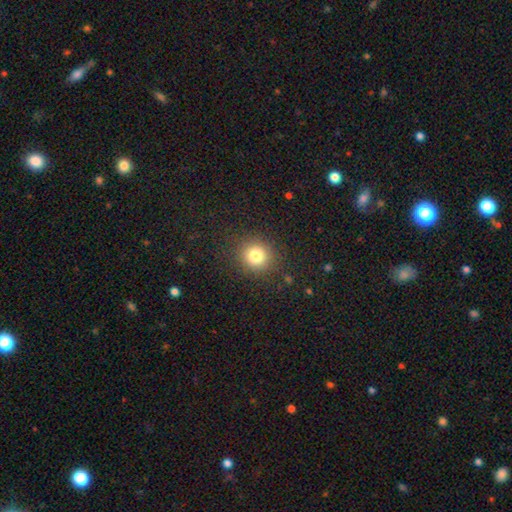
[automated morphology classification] smooth-or-featured: smooth: 80% | star or artifact: 13% | featured or disk: 7%
  how-rounded: round: 89% | in between: 10% | cigar-shaped: 1%
  merging: none: 89% | minor disturbance: 7% | major disturbance: 3% | merger: 1%